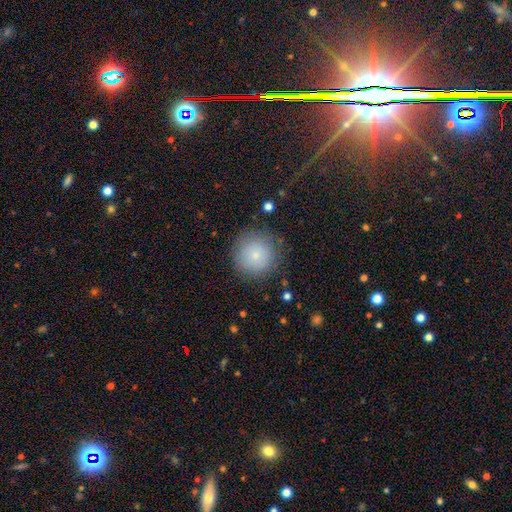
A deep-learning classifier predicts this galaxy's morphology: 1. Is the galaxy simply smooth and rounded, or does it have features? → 80% smooth, 10% featured or disk, 10% star or artifact.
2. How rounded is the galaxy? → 95% round, 4% in between, 1% cigar-shaped.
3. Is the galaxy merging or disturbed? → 84% none, 11% minor disturbance, 4% major disturbance, 1% merger.